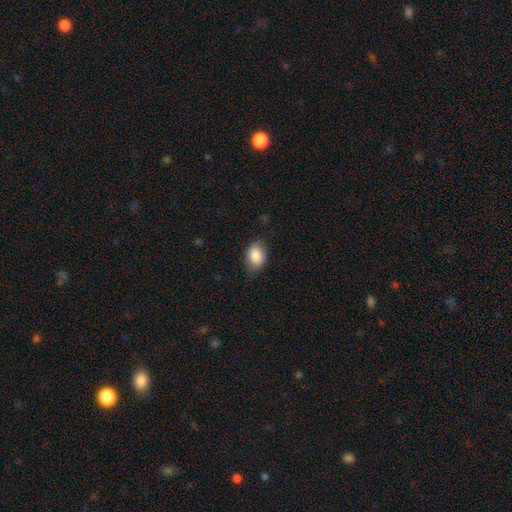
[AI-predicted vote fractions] This appears to be a smooth galaxy with no disk features (86%) that is in between round and cigar-shaped (76%). Merging: none (72%).